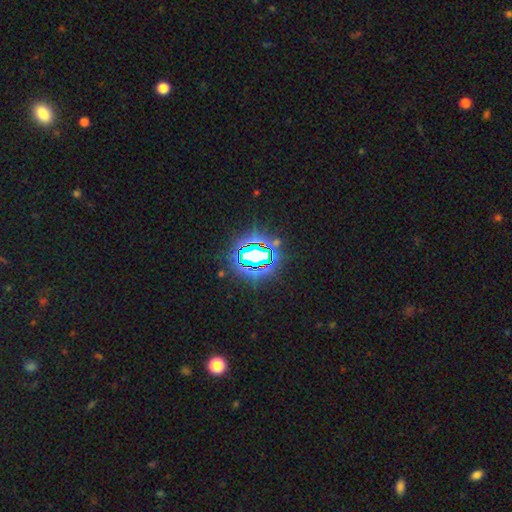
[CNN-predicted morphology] Smooth or featured?
  - star or artifact: 76% *
  - smooth: 13%
  - featured or disk: 11%